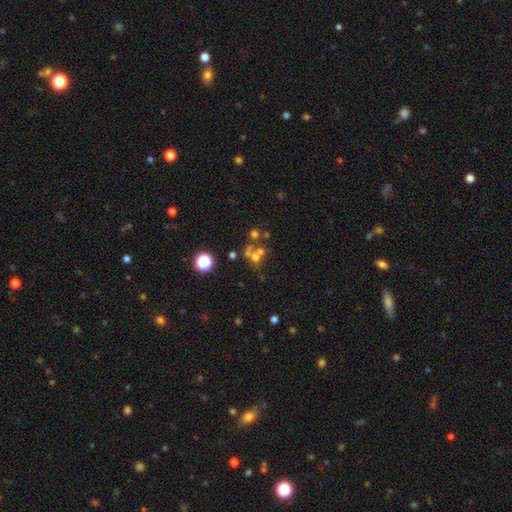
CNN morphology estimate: smooth 51%, star or artifact 26%, featured or disk 24%. Down the decision tree: how rounded — round (82%); merging — merger (43%).